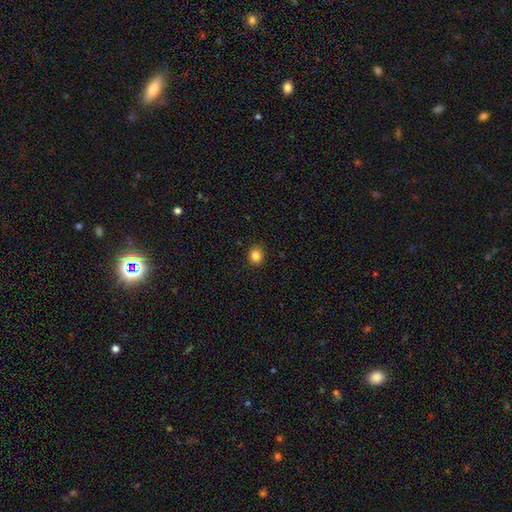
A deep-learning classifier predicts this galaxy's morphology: A smooth galaxy with no disk features (84%) that is round (85%).

Vote fractions:
- Smooth or featured? smooth: 84% / star or artifact: 12% / featured or disk: 4%
- How rounded? round: 85% / in between: 14% / cigar-shaped: 1%
- Merging? none: 92% / minor disturbance: 6% / major disturbance: 2% / merger: 1%